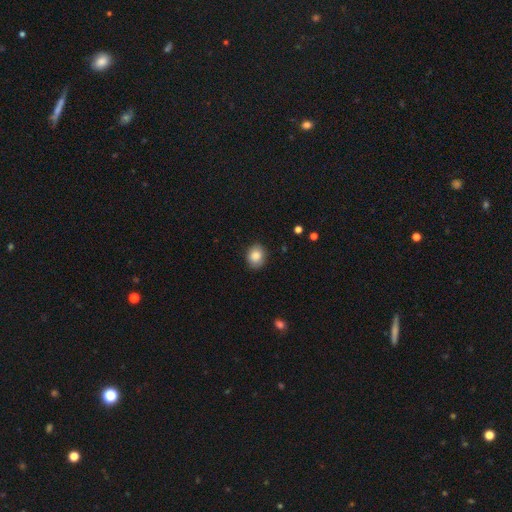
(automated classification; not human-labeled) Smooth or featured? Predicted: smooth (p=0.86). How rounded? Predicted: round (p=0.56). Merging? Predicted: none (p=0.85).